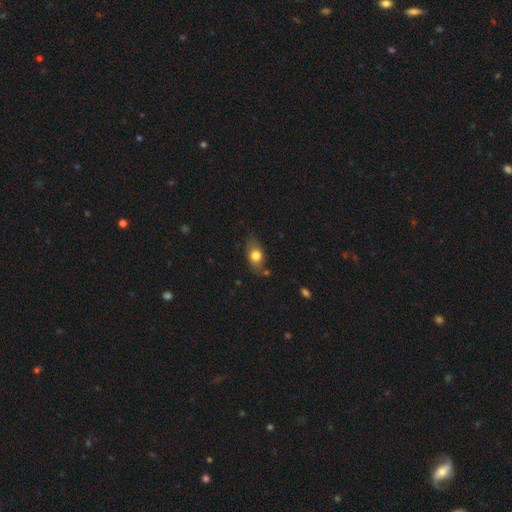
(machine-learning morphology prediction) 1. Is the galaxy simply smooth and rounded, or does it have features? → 74% smooth, 18% featured or disk, 8% star or artifact.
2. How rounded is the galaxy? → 79% in between, 15% round, 5% cigar-shaped.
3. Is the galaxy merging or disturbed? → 70% none, 21% minor disturbance, 5% major disturbance, 4% merger.